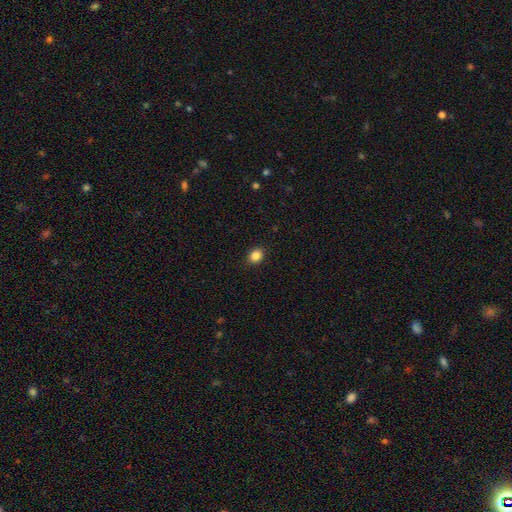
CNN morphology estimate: type=smooth (86%); roundness=round (51%); merging=none (90%).